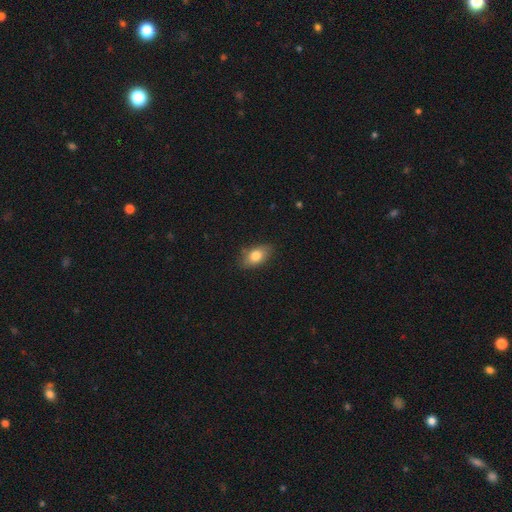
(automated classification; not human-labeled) A smooth galaxy with no disk features (79%) that is in between round and cigar-shaped (86%).

Vote fractions:
- Smooth or featured? smooth: 79% / featured or disk: 13% / star or artifact: 8%
- How rounded? in between: 86% / round: 10% / cigar-shaped: 4%
- Merging? none: 81% / minor disturbance: 15% / major disturbance: 3% / merger: 1%